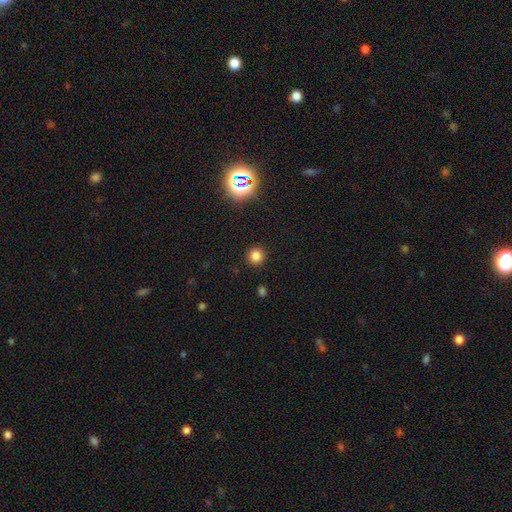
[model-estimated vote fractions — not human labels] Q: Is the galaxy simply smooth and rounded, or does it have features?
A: smooth — 79%.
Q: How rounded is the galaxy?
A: round — 94%.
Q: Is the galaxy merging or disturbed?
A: none — 92%.